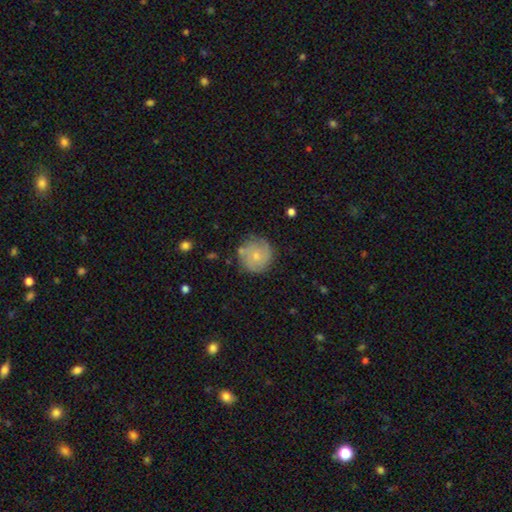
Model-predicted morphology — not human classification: Q: Smooth or featured?
A: featured or disk (52%); runner-up: smooth (41%)
Q: Edge-on disk?
A: no (98%); runner-up: yes (2%)
Q: Bar?
A: no (80%); runner-up: weak (18%)
Q: Spiral arms?
A: yes (81%); runner-up: no (19%)
Q: Bulge size?
A: small (63%); runner-up: moderate (30%)
Q: Merging?
A: none (73%); runner-up: minor disturbance (18%)